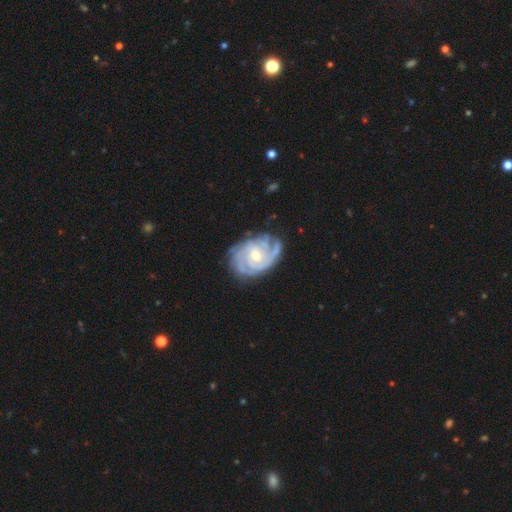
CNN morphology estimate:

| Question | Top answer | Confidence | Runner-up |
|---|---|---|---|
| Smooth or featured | featured or disk | 90% | smooth (5%) |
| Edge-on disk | no | 97% | yes (3%) |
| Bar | no | 64% | weak (29%) |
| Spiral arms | yes | 98% | no (2%) |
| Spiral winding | tight | 73% | medium (23%) |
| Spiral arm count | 3 | 30% | can't tell (22%) |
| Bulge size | moderate | 50% | small (47%) |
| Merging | none | 72% | minor disturbance (20%) |